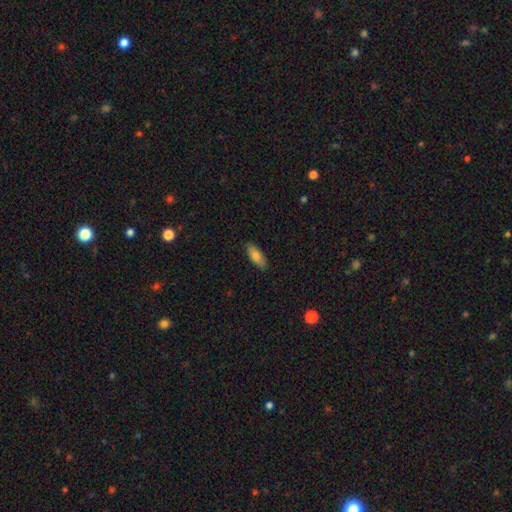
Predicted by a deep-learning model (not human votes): Morphology: type=smooth (78%); roundness=in between (79%); merging=none (88%).